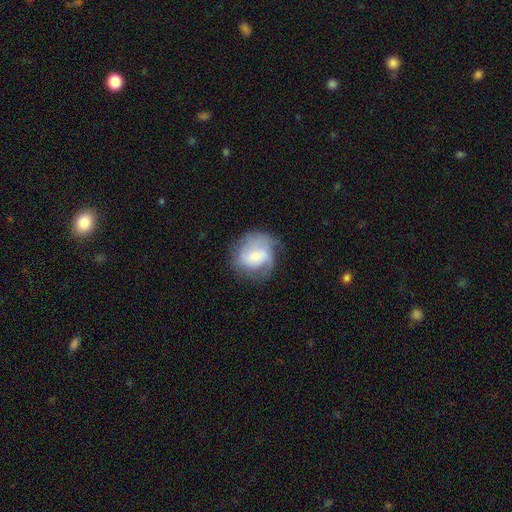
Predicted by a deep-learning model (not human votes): Smooth or featured? featured or disk (59%)
Edge-on disk? no (97%)
Bar? no (49%)
Spiral arms? yes (84%)
Bulge size? small (51%)
Merging? none (58%)